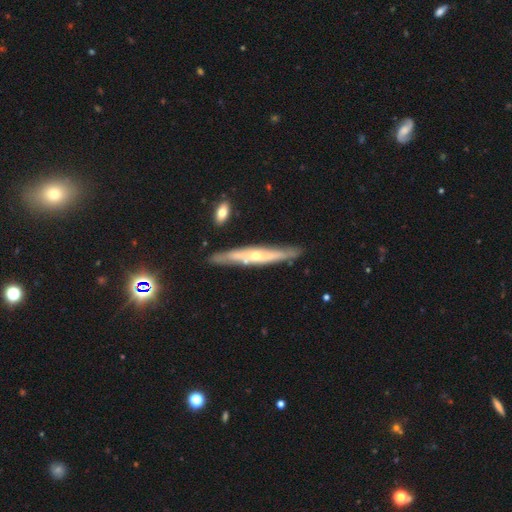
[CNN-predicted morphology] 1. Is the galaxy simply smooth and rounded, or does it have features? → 72% featured or disk, 22% smooth, 6% star or artifact.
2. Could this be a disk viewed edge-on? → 82% yes, 18% no.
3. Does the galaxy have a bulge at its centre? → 72% rounded, 24% none, 4% boxy.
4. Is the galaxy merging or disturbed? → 81% none, 14% minor disturbance, 3% merger, 3% major disturbance.